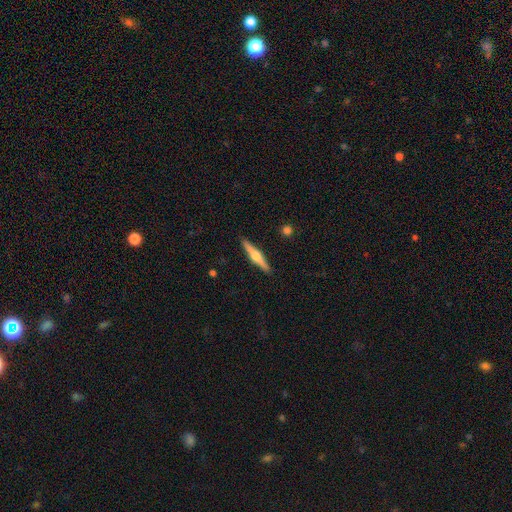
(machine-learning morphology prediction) Overall: featured or disk (68%). Edge-on disk: yes (97%). Edge-on bulge: rounded (94%). Merging: none (91%).